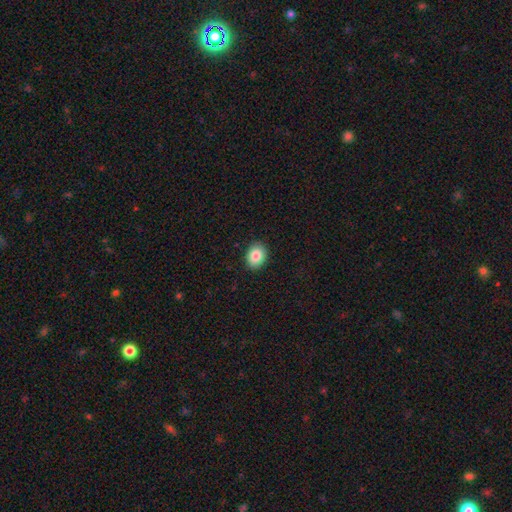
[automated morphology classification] Overall: smooth (86%). How rounded: in between (59%; round 40%). Merging: none (89%).